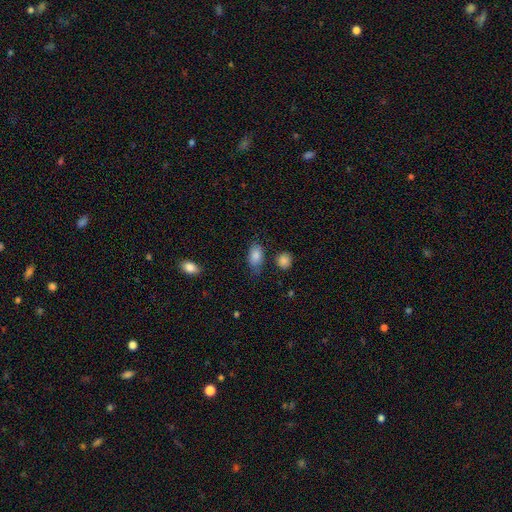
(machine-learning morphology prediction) Smooth or featured? smooth (85%)
How rounded? in between (89%)
Merging? none (66%)